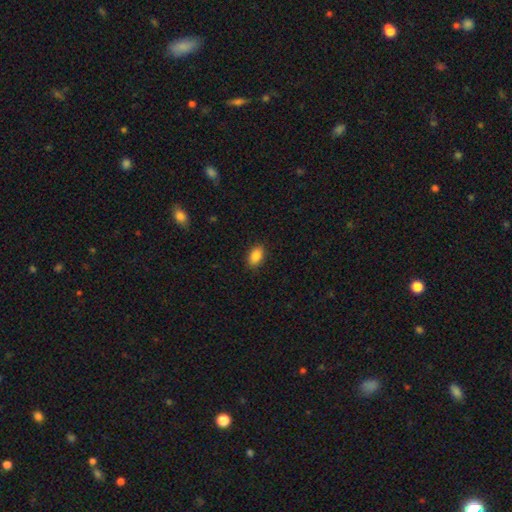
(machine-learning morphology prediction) type=smooth (88%); roundness=in between (90%); merging=none (89%).